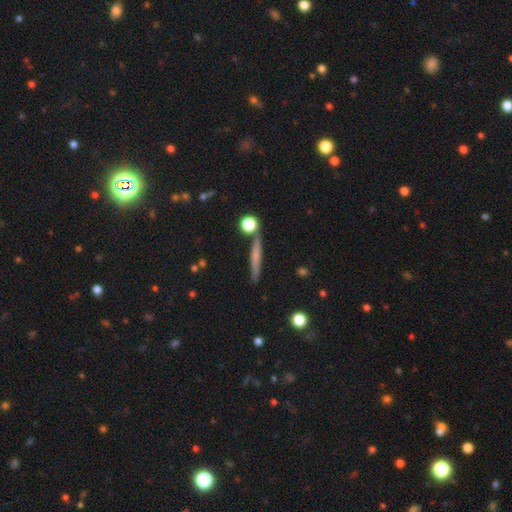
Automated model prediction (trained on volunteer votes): smooth_or_featured: smooth (p=0.50) [alt: featured or disk p=0.41]
how_rounded: cigar-shaped (p=0.91) [alt: in between p=0.05]
merging: none (p=0.82) [alt: minor disturbance p=0.10]